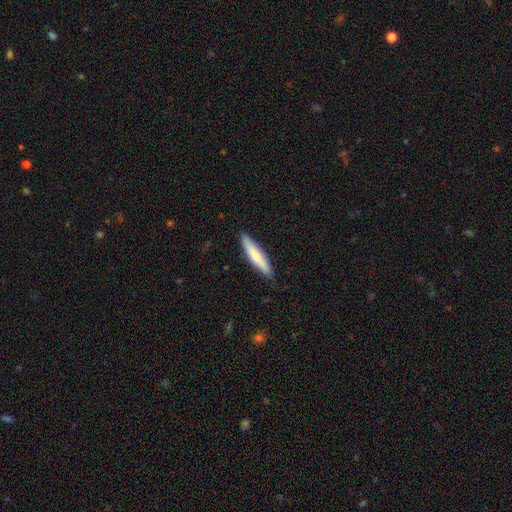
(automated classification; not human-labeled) The model was most divided on "smooth or featured": smooth: 71%, featured or disk: 24%, star or artifact: 5%. More confident: merging — none (87%); how rounded — cigar-shaped (87%).